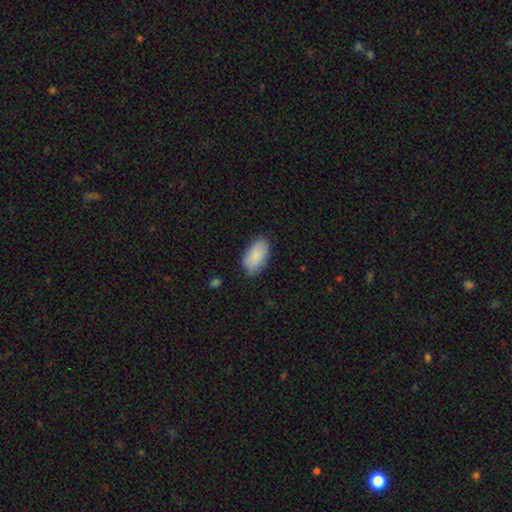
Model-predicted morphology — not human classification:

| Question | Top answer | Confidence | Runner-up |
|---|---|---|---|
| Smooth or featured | smooth | 88% | featured or disk (6%) |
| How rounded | in between | 95% | round (3%) |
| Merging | none | 82% | minor disturbance (14%) |